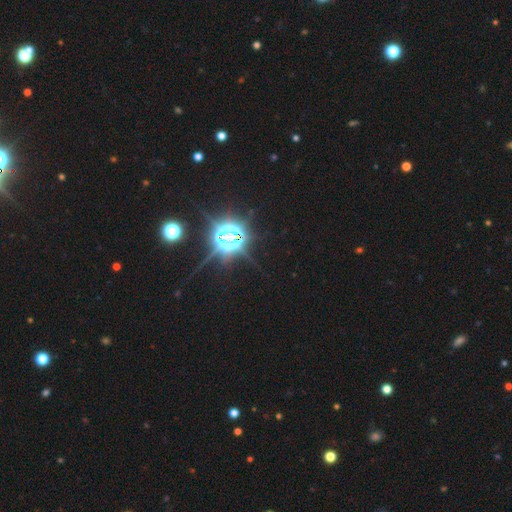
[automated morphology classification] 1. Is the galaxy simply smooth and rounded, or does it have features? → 85% star or artifact, 10% smooth, 6% featured or disk.